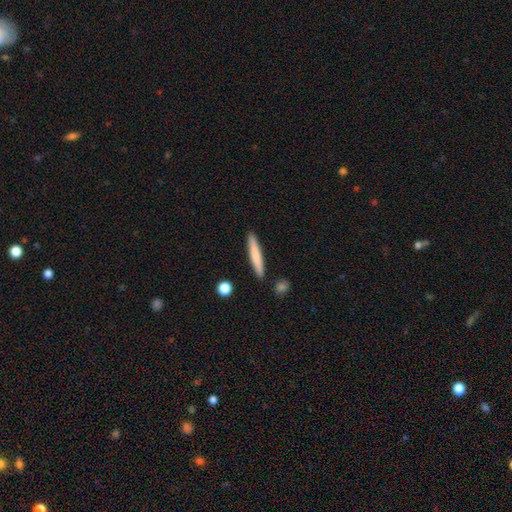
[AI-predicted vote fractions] Smooth or featured? Predicted: smooth (p=0.74). How rounded? Predicted: cigar-shaped (p=0.94). Merging? Predicted: none (p=0.90).